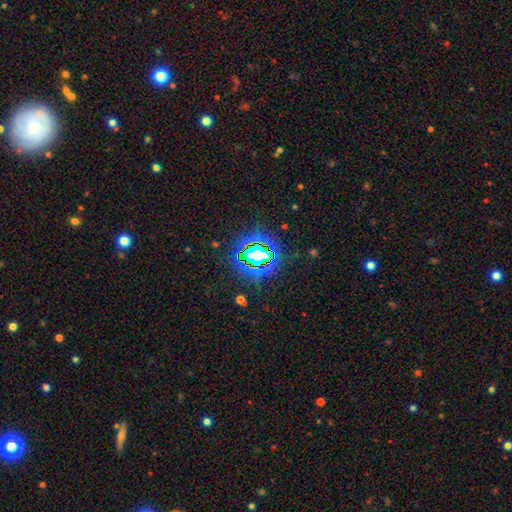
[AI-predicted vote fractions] Smooth or featured? Predicted: star or artifact (p=0.76).